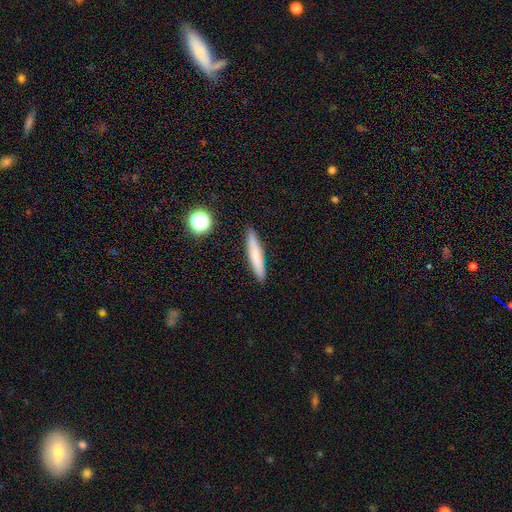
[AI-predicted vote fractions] smooth_or_featured: smooth (p=0.71) [alt: featured or disk p=0.21]
how_rounded: cigar-shaped (p=0.91) [alt: in between p=0.07]
merging: none (p=0.90) [alt: minor disturbance p=0.07]